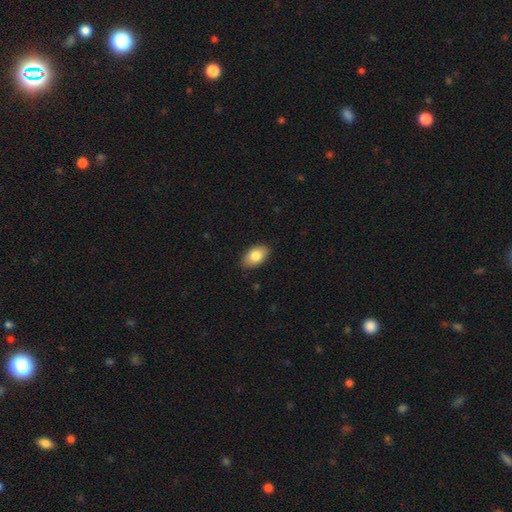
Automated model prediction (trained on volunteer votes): Overall: smooth (83%). How rounded: in between (92%). Merging: none (86%).